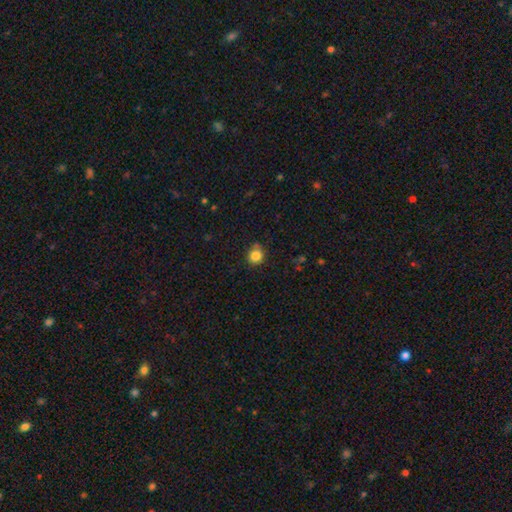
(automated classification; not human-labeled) This appears to be a smooth galaxy with no disk features (84%) that is round (85%). Merging: none (74%).